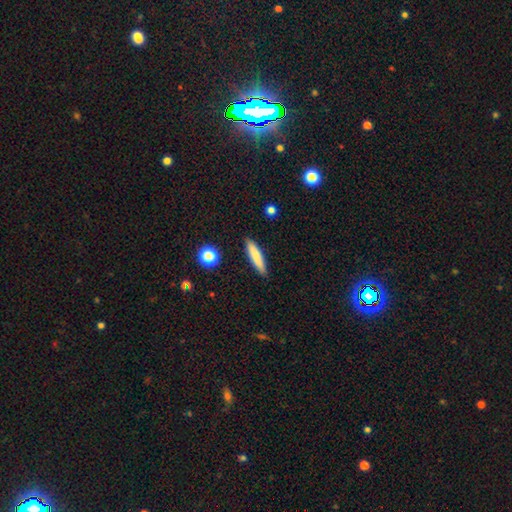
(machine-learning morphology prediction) Smooth or featured?
  - smooth: 78% *
  - featured or disk: 15%
  - star or artifact: 7%
How rounded?
  - cigar-shaped: 84% *
  - in between: 15%
  - round: 2%
Merging?
  - none: 88% *
  - minor disturbance: 9%
  - major disturbance: 2%
  - merger: 1%